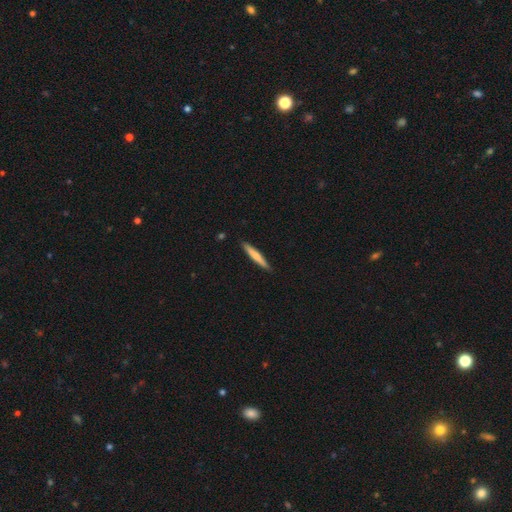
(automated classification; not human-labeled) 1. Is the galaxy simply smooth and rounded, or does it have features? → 64% smooth, 31% featured or disk, 5% star or artifact.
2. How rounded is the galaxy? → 95% cigar-shaped, 4% in between, 1% round.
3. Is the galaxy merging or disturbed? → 90% none, 7% minor disturbance, 1% major disturbance, 1% merger.